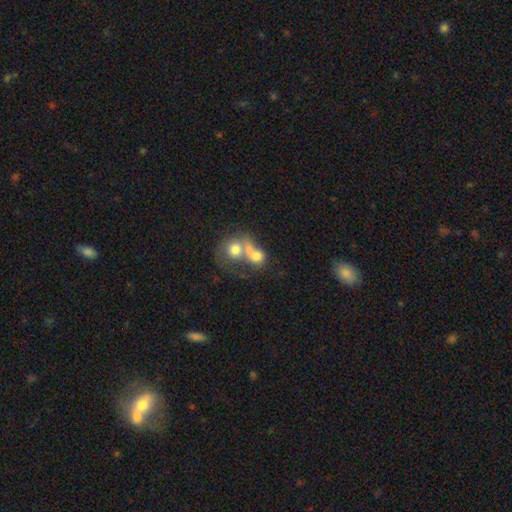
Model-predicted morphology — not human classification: Smooth or featured? smooth (66%)
How rounded? round (67%)
Merging? merger (72%)